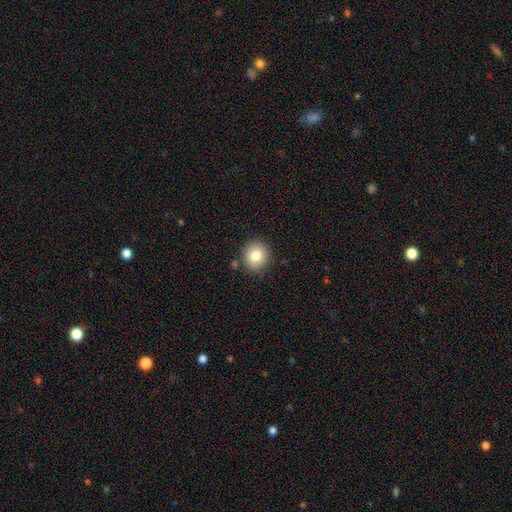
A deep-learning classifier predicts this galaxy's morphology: Smooth or featured? smooth (81%)
How rounded? round (85%)
Merging? none (85%)